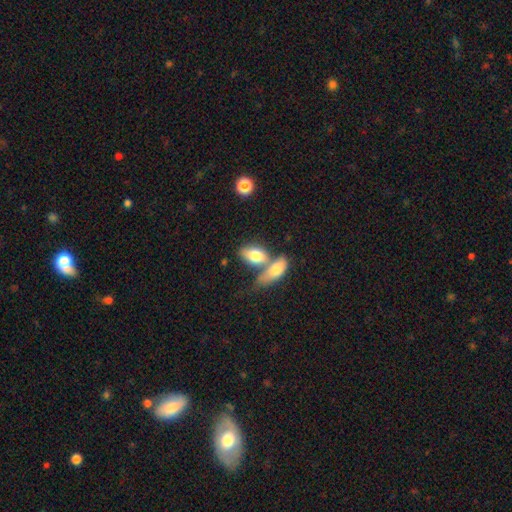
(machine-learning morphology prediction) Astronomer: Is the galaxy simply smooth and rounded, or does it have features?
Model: smooth — 75%.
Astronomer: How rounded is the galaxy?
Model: in between — 87%.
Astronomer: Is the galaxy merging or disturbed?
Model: merger — 54% (runner-up: none, 31%).